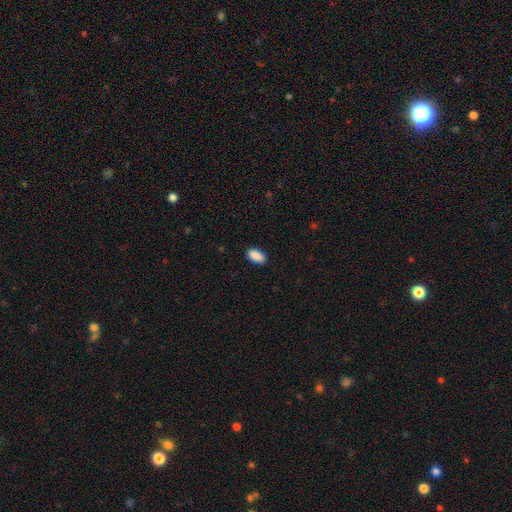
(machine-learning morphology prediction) Smooth or featured: smooth — 90% (star or artifact — 7%)
How rounded: in between — 93% (cigar-shaped — 4%)
Merging: none — 88% (minor disturbance — 9%)